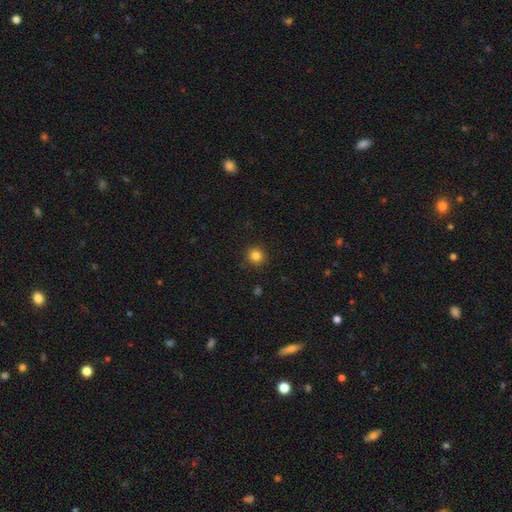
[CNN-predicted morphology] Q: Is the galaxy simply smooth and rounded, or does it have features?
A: smooth — 84%.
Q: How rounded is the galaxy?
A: round — 93%.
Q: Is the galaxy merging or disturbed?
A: none — 90%.